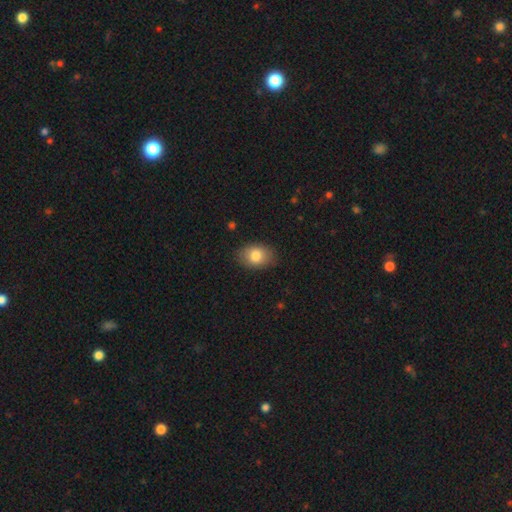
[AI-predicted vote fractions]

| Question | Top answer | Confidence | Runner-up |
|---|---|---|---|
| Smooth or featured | smooth | 82% | featured or disk (10%) |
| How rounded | in between | 77% | round (21%) |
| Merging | none | 85% | minor disturbance (11%) |